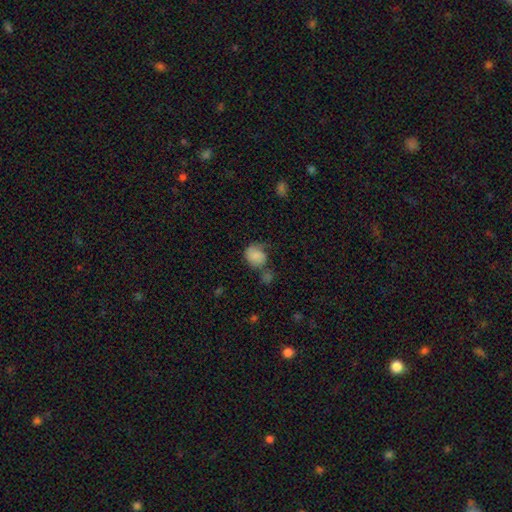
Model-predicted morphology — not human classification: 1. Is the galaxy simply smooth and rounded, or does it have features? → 74% smooth, 18% featured or disk, 9% star or artifact.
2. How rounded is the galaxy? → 58% round, 41% in between, 1% cigar-shaped.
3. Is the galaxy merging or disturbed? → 35% none, 26% minor disturbance, 20% major disturbance, 19% merger.